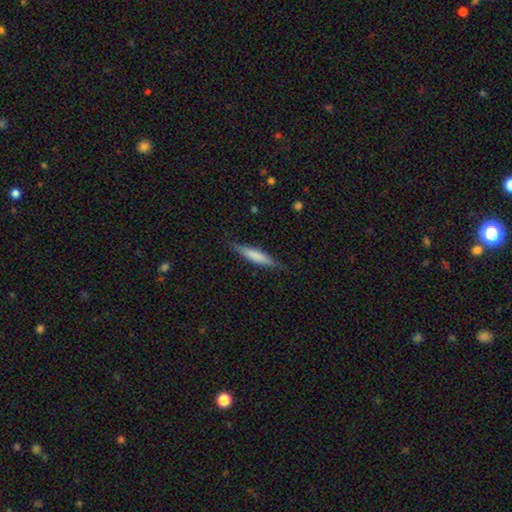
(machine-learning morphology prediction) Smooth or featured?
  - smooth: 65% *
  - featured or disk: 30%
  - star or artifact: 6%
How rounded?
  - cigar-shaped: 89% *
  - in between: 10%
  - round: 1%
Merging?
  - none: 86% *
  - minor disturbance: 11%
  - major disturbance: 2%
  - merger: 1%